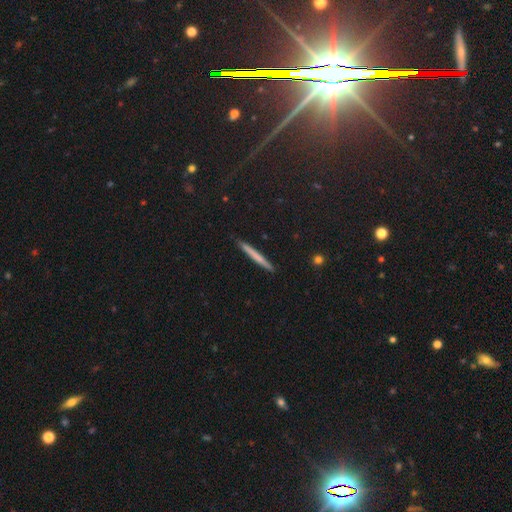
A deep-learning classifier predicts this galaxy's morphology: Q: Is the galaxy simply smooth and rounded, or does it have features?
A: smooth — 61%.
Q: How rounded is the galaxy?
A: cigar-shaped — 96%.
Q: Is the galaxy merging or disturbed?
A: none — 91%.